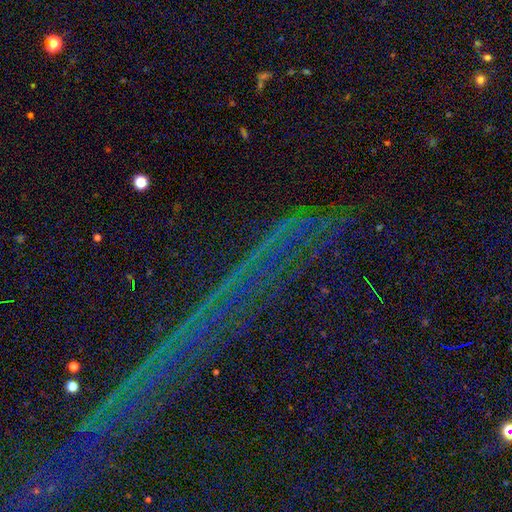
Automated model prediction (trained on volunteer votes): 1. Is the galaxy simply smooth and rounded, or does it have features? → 80% star or artifact, 11% featured or disk, 9% smooth.